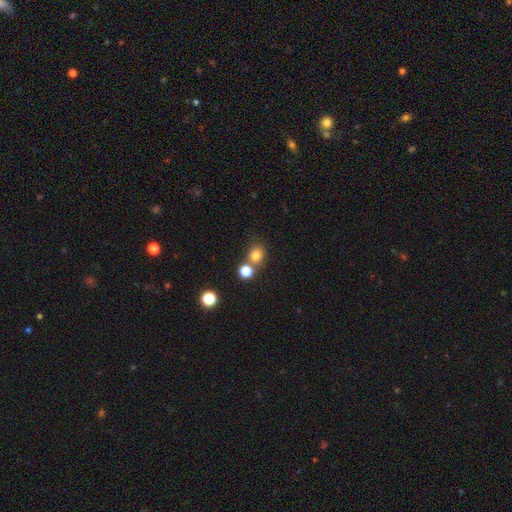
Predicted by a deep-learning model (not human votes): smooth 78%, star or artifact 15%, featured or disk 7%. Down the decision tree: how rounded — round (79%); merging — none (64%).